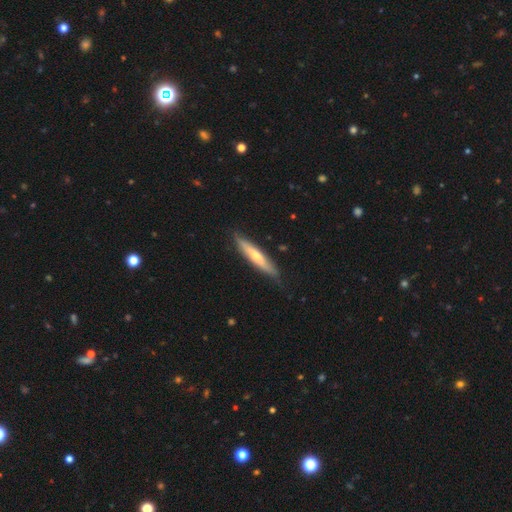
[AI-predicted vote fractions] Morphology: type=featured or disk (49%); merging=none (85%).